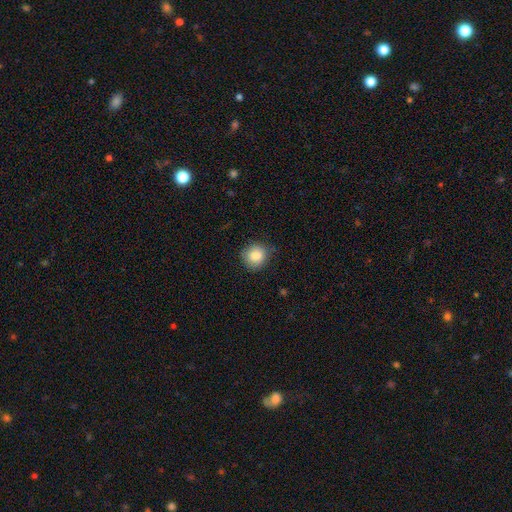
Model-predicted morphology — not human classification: smooth-or-featured: smooth: 84% | star or artifact: 9% | featured or disk: 7%
  how-rounded: round: 87% | in between: 12% | cigar-shaped: 1%
  merging: none: 83% | minor disturbance: 14% | major disturbance: 3% | merger: 1%